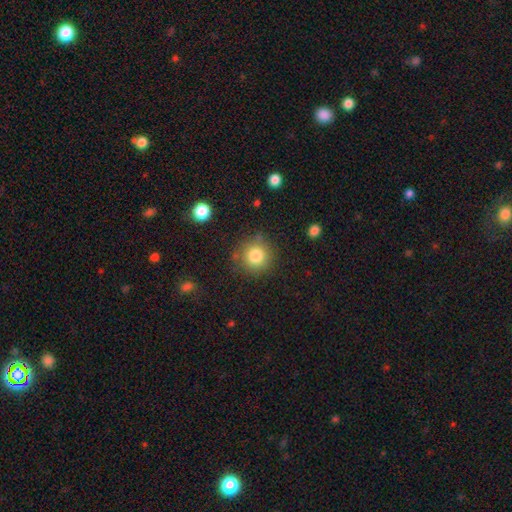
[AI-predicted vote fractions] smooth-or-featured: smooth: 82% | star or artifact: 11% | featured or disk: 7%
  how-rounded: round: 93% | in between: 6% | cigar-shaped: 1%
  merging: none: 84% | minor disturbance: 10% | major disturbance: 4% | merger: 3%